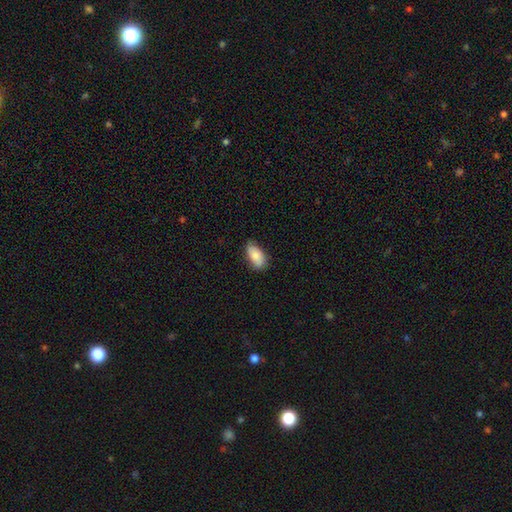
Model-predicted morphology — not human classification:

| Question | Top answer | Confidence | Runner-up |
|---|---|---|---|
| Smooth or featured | smooth | 80% | featured or disk (13%) |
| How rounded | in between | 92% | cigar-shaped (5%) |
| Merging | none | 73% | minor disturbance (22%) |